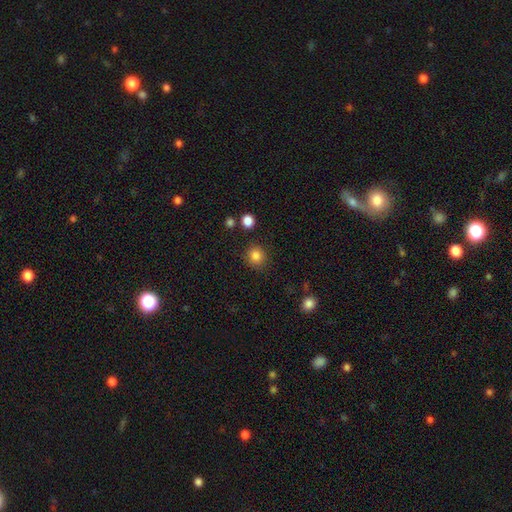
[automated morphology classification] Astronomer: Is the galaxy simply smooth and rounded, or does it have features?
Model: smooth — 85%.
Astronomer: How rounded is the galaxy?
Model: round — 87%.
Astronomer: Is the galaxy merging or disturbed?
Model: none — 86%.